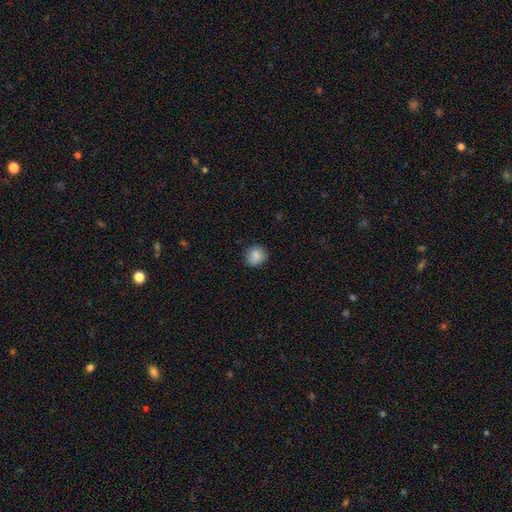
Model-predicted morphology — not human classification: type=smooth (83%); roundness=round (77%); merging=none (78%).